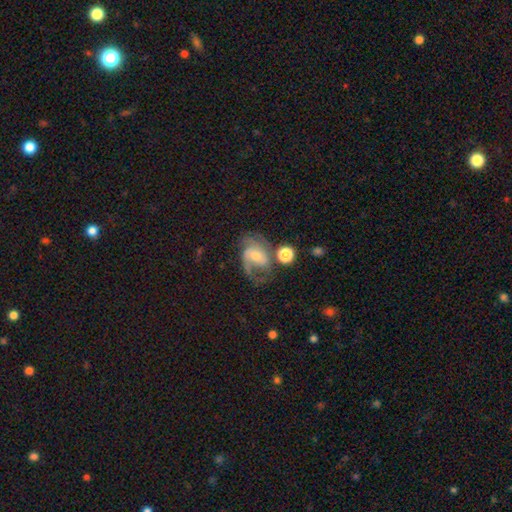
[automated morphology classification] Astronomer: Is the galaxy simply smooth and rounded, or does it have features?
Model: featured or disk — 76%.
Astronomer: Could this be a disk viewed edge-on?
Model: no — 97%.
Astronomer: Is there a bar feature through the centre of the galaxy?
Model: weak — 46% (runner-up: no, 38%).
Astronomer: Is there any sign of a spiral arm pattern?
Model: yes — 93%.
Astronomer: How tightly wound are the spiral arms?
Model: medium — 50% (runner-up: loose, 29%).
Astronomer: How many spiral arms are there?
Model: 2 — 52%.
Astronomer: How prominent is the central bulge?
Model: moderate — 46% (runner-up: small, 43%).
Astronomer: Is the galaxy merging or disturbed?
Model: none — 46% (runner-up: major disturbance, 24%).